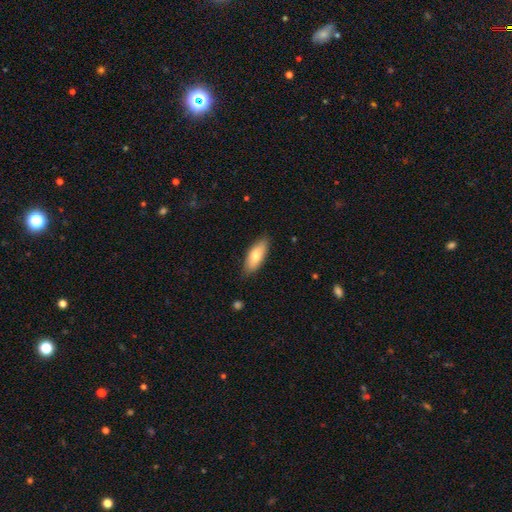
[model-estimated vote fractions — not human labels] Overall: smooth (76%). How rounded: in between (77%). Merging: none (84%).